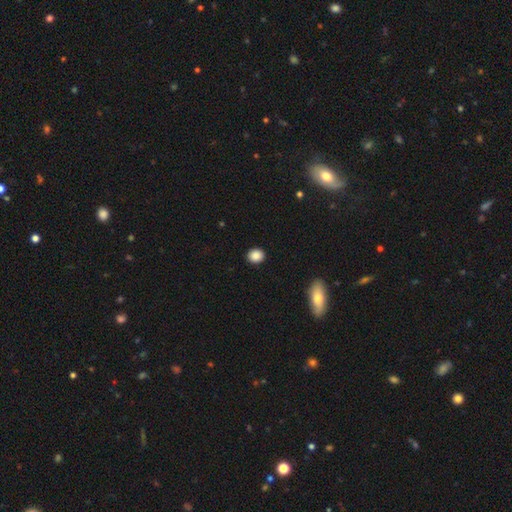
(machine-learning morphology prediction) Q: Smooth or featured?
A: smooth (88%); runner-up: star or artifact (8%)
Q: How rounded?
A: round (65%); runner-up: in between (34%)
Q: Merging?
A: none (91%); runner-up: minor disturbance (6%)